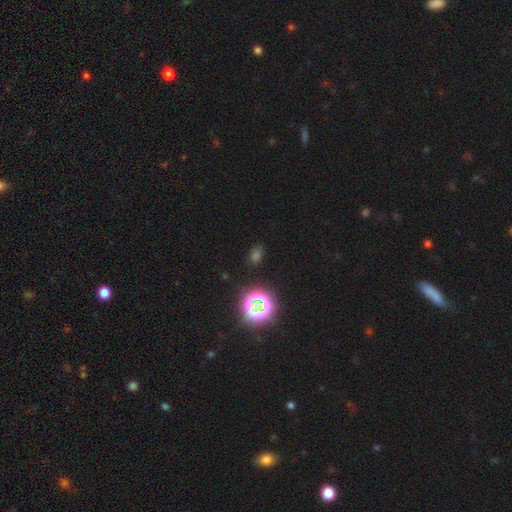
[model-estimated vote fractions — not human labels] Smooth or featured: star or artifact — 47% (smooth — 44%)